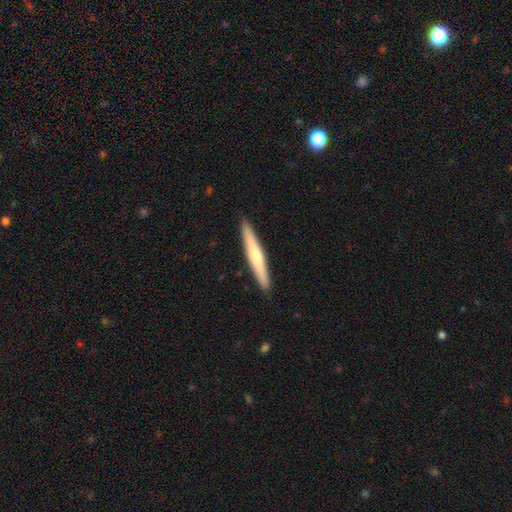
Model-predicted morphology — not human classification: Overall: smooth (53%; featured or disk 42%). How rounded: cigar-shaped (95%). Merging: none (92%).